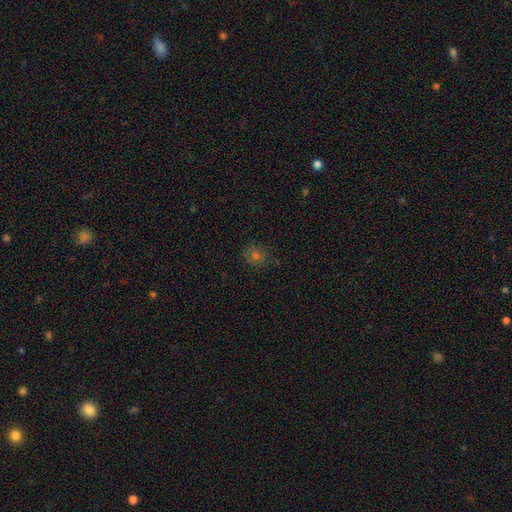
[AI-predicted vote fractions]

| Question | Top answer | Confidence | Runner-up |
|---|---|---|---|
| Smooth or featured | smooth | 58% | star or artifact (27%) |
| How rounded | round | 82% | in between (17%) |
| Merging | none | 77% | minor disturbance (16%) |